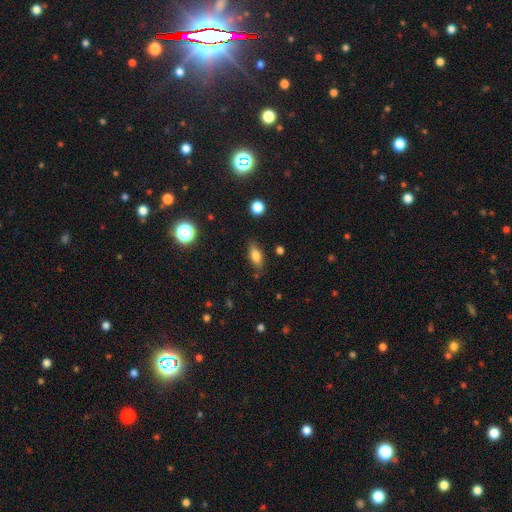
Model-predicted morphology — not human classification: smooth_or_featured: smooth (p=0.74) [alt: featured or disk p=0.16]
how_rounded: in between (p=0.76) [alt: cigar-shaped p=0.19]
merging: none (p=0.80) [alt: minor disturbance p=0.14]